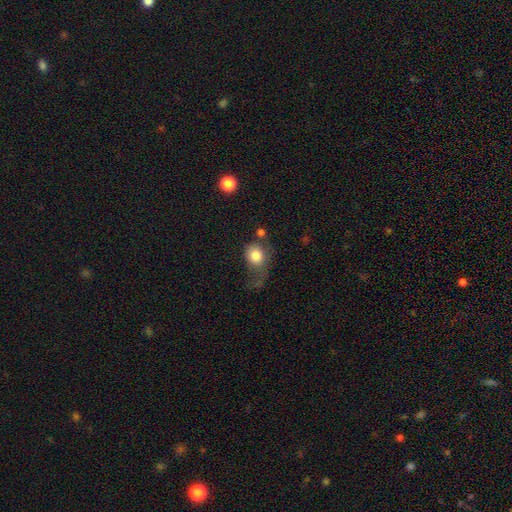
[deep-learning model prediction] Morphology: type=smooth (79%); roundness=round (56%); merging=major disturbance (39%).